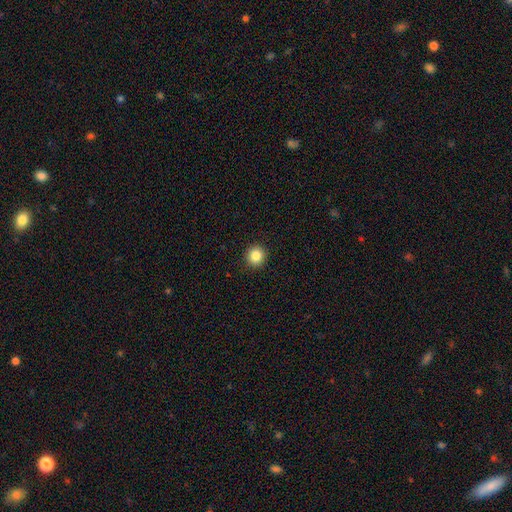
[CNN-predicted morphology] A smooth galaxy with no disk features (85%) that is round (91%).

Vote fractions:
- Smooth or featured? smooth: 85% / star or artifact: 10% / featured or disk: 4%
- How rounded? round: 91% / in between: 8% / cigar-shaped: 1%
- Merging? none: 92% / minor disturbance: 5% / major disturbance: 2% / merger: 1%